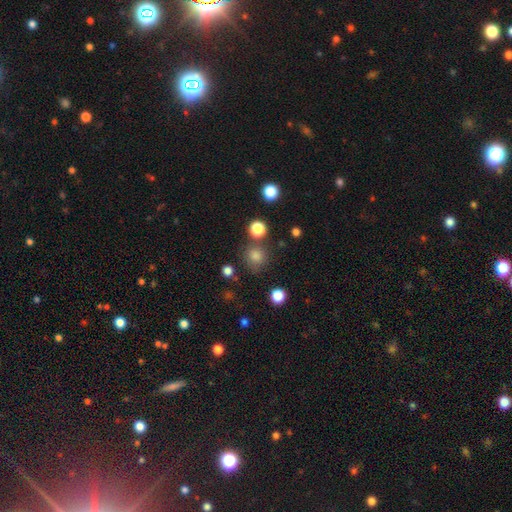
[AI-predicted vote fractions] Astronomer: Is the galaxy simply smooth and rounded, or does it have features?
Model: smooth — 80%.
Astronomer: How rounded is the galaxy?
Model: round — 90%.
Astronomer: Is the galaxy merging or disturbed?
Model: none — 76%.